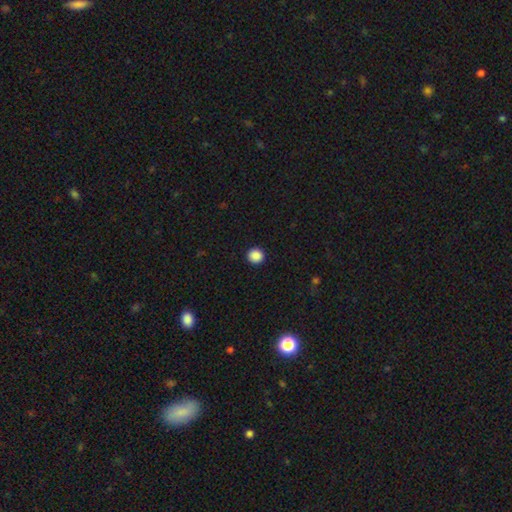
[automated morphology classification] type=smooth (88%); roundness=round (94%); merging=none (93%).